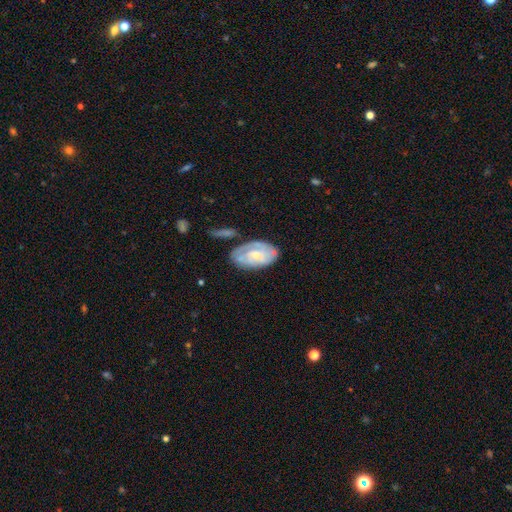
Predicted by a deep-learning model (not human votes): A featured or disk galaxy (61%) with no bar (70%), spiral arms (75%) and a small central bulge (56%).

Vote fractions:
- Smooth or featured? featured or disk: 61% / smooth: 33% / star or artifact: 6%
- Edge-on disk? no: 95% / yes: 5%
- Bar? no: 70% / weak: 25% / strong: 4%
- Spiral arms? yes: 75% / no: 25%
- Bulge size? small: 56% / moderate: 37% / none: 4% / large: 3% / dominant: 1%
- Merging? none: 60% / minor disturbance: 24% / major disturbance: 9% / merger: 8%